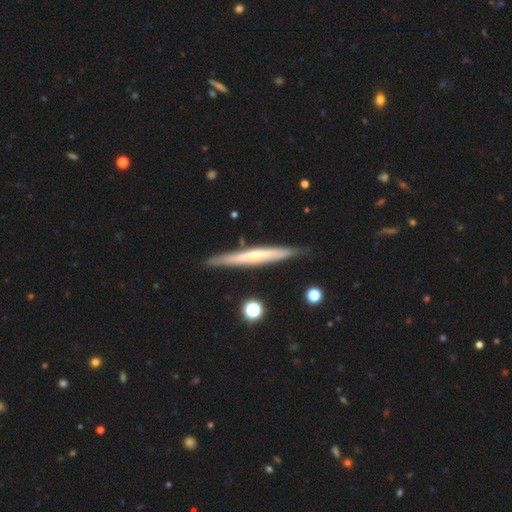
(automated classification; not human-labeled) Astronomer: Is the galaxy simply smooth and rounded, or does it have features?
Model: featured or disk — 67%.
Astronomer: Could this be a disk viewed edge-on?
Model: yes — 93%.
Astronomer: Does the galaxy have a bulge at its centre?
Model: rounded — 58% (runner-up: none, 37%).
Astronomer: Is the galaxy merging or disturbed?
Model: none — 87%.